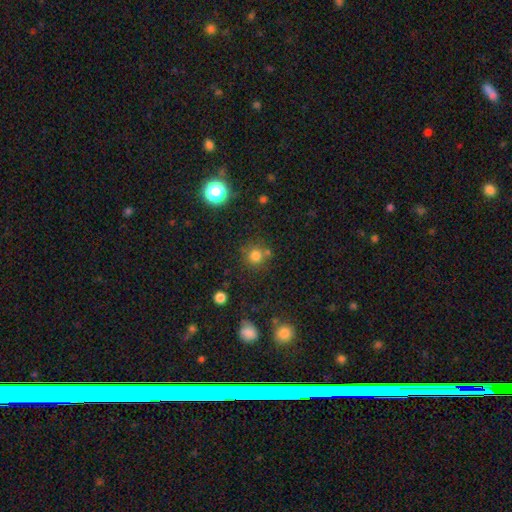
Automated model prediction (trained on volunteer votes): The model was most divided on "merging": none: 72%, merger: 14%, minor disturbance: 10%, major disturbance: 4%. More confident: how rounded — round (92%); smooth or featured — smooth (76%).